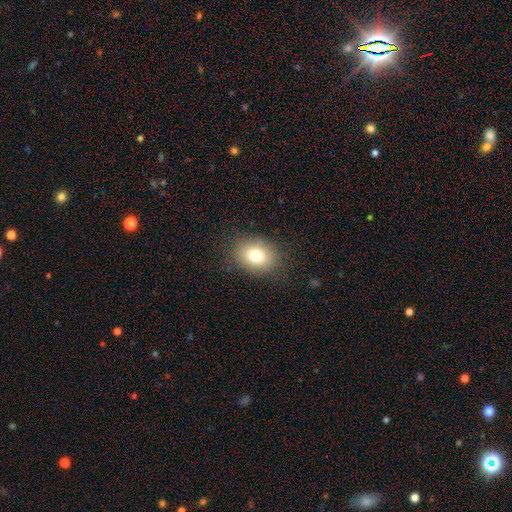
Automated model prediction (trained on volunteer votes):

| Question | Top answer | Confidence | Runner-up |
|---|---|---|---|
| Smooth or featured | smooth | 78% | featured or disk (11%) |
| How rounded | in between | 58% | round (41%) |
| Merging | none | 84% | minor disturbance (11%) |